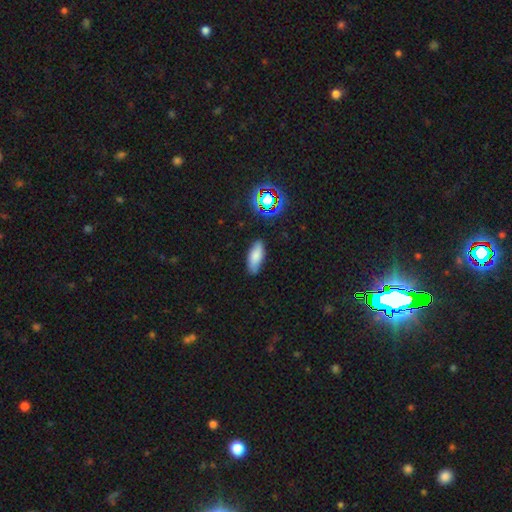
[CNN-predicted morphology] Smooth or featured?
  - smooth: 78% *
  - star or artifact: 11%
  - featured or disk: 11%
How rounded?
  - in between: 76% *
  - cigar-shaped: 21%
  - round: 3%
Merging?
  - none: 81% *
  - minor disturbance: 15%
  - major disturbance: 3%
  - merger: 2%